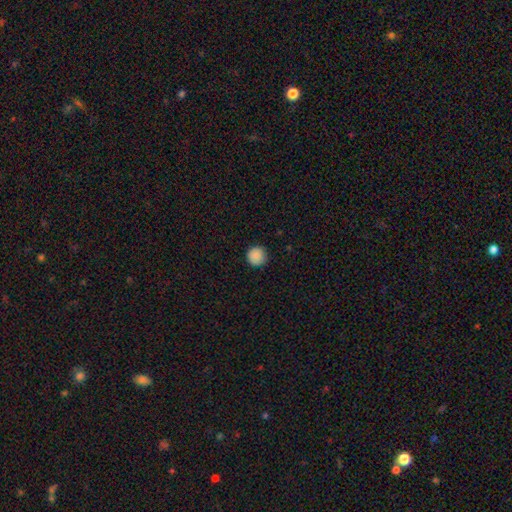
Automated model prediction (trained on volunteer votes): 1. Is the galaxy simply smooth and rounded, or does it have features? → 88% smooth, 9% star or artifact, 3% featured or disk.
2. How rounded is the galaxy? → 96% round, 3% in between, 1% cigar-shaped.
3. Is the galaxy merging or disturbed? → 91% none, 6% minor disturbance, 2% major disturbance, 1% merger.